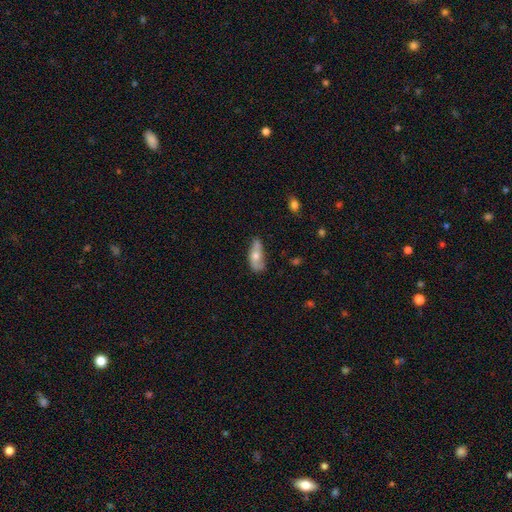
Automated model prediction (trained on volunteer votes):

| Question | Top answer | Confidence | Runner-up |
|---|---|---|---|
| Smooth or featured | smooth | 51% | featured or disk (41%) |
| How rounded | in between | 74% | cigar-shaped (22%) |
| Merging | none | 60% | minor disturbance (30%) |